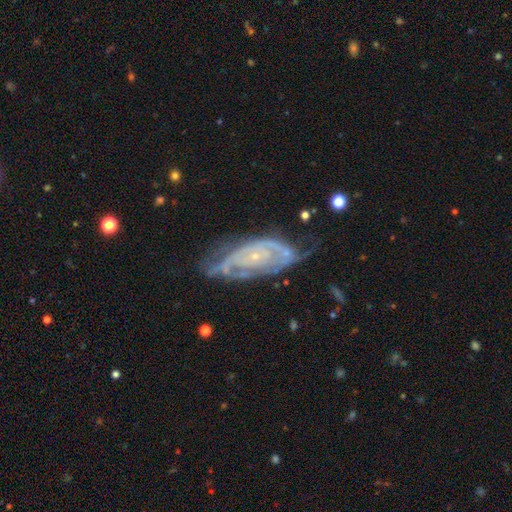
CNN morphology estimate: The model was most divided on "spiral arm count": can't tell: 42%, 2: 32%, 3: 12%, 4: 5%, 1: 5%, more than 4: 4%. More confident: edge-on disk — no (92%); spiral arms — yes (87%); bulge size — small (81%); smooth or featured — featured or disk (81%); bar — no (74%); spiral winding — tight (61%); merging — none (53%).